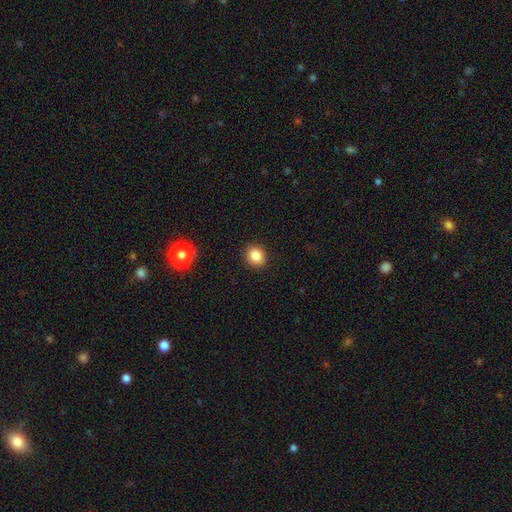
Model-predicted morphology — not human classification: This appears to be a smooth galaxy with no disk features (84%) that is round (72%). Merging: none (90%).